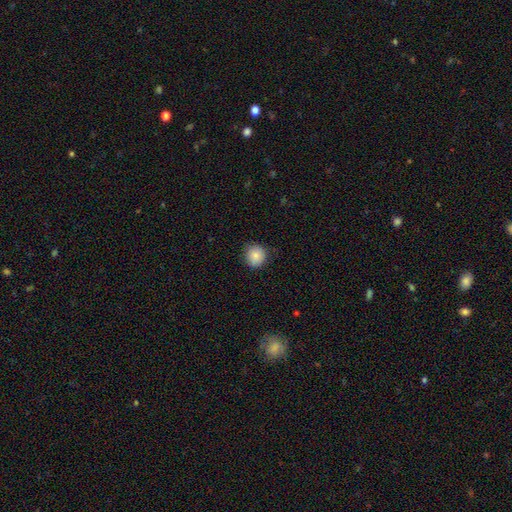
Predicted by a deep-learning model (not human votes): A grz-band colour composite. It shows a smooth galaxy with no disk features (85%) that is round (89%). Merging: none (83%).